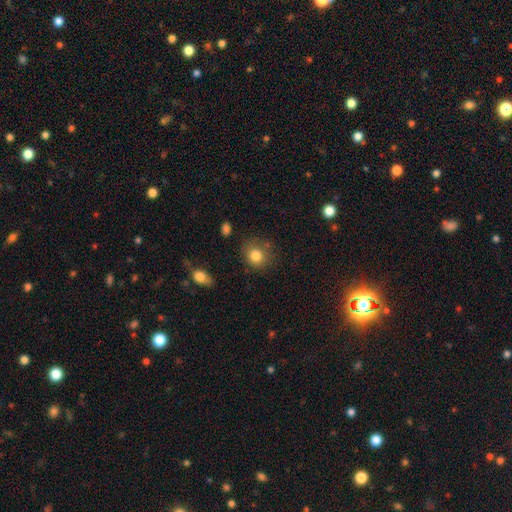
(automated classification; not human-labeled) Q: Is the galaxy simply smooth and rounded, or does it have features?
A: smooth — 82%.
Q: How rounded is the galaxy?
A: round — 81%.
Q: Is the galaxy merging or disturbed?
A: none — 73%.